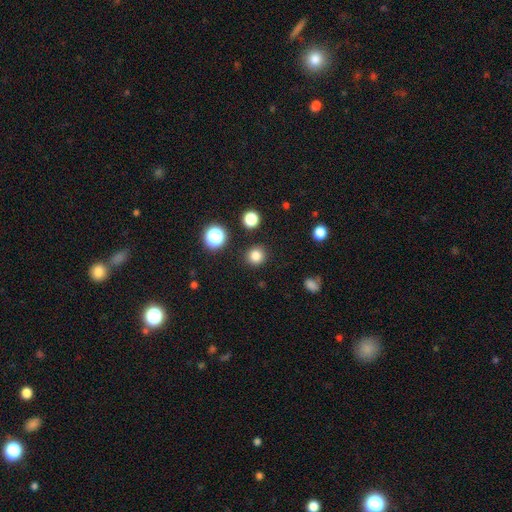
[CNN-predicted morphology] A smooth galaxy with no disk features (82%) that is round (93%). Merging: none (90%).